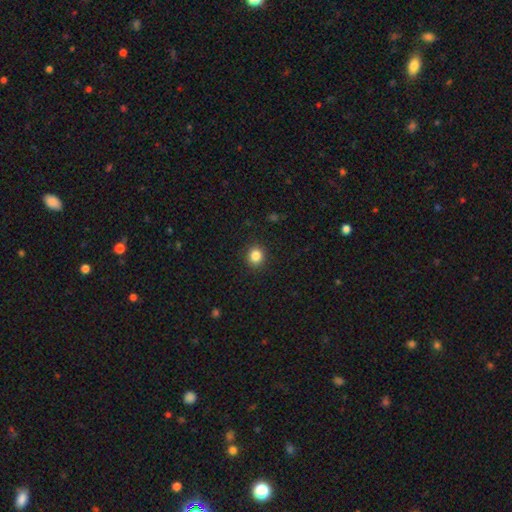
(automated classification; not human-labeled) Overall: smooth (85%). How rounded: round (85%). Merging: none (91%).